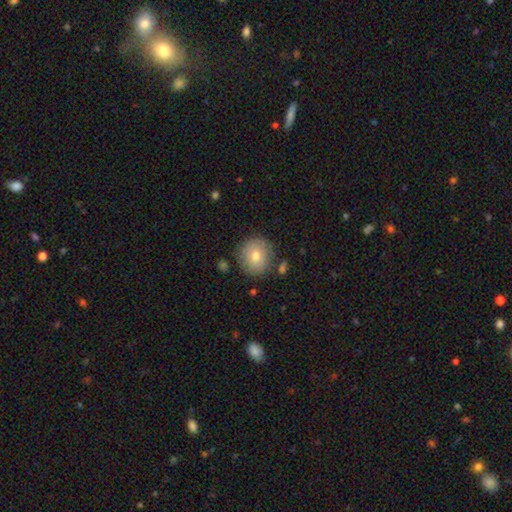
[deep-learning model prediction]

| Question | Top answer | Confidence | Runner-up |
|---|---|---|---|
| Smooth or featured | smooth | 75% | featured or disk (16%) |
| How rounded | round | 90% | in between (9%) |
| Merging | none | 82% | minor disturbance (11%) |